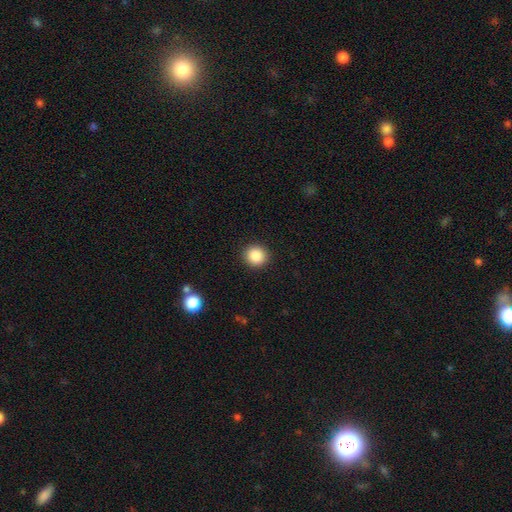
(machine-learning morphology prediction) smooth 87%, star or artifact 9%, featured or disk 4%. Down the decision tree: how rounded — round (90%); merging — none (92%).